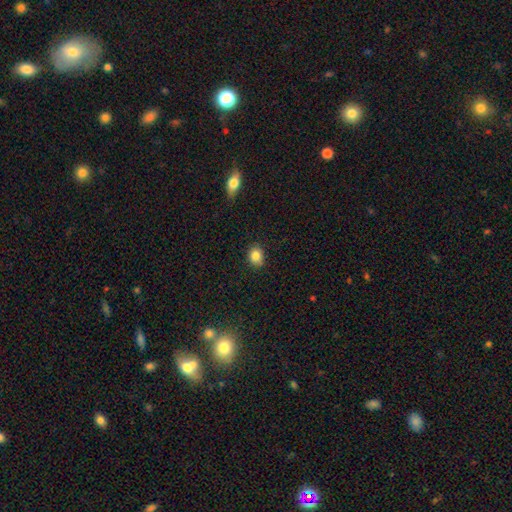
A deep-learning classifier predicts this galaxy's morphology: smooth-or-featured: smooth: 84% | star or artifact: 10% | featured or disk: 6%
  how-rounded: round: 51% | in between: 48% | cigar-shaped: 1%
  merging: none: 84% | minor disturbance: 13% | major disturbance: 2% | merger: 1%